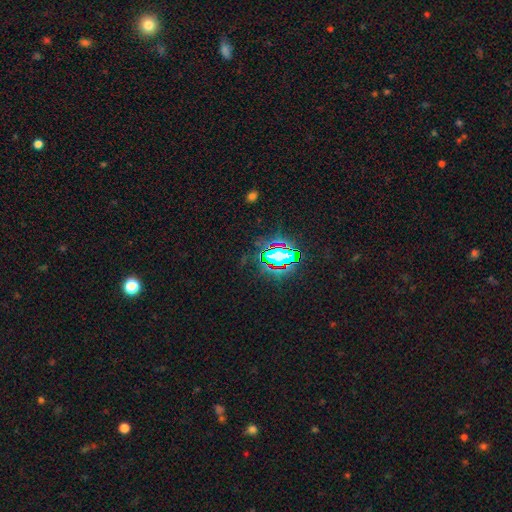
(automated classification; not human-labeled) smooth-or-featured: star or artifact: 80% | smooth: 13% | featured or disk: 8%